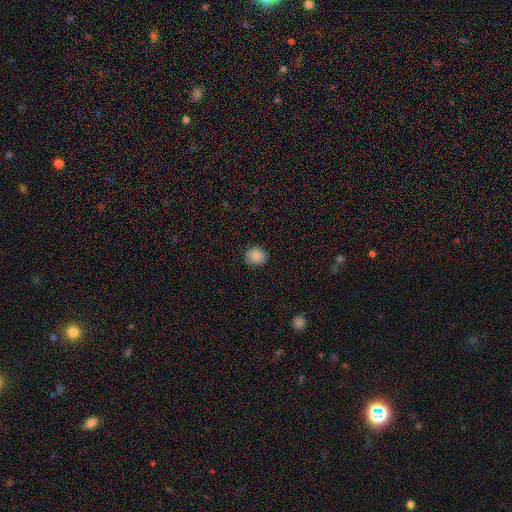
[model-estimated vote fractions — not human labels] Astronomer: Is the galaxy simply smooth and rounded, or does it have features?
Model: smooth — 86%.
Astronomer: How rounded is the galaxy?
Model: round — 76%.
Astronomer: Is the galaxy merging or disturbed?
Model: none — 84%.